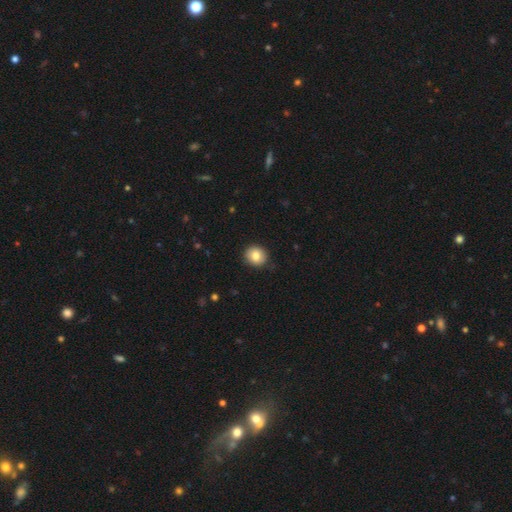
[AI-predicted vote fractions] smooth-or-featured: smooth: 83% | star or artifact: 9% | featured or disk: 9%
  how-rounded: round: 84% | in between: 15% | cigar-shaped: 1%
  merging: none: 88% | minor disturbance: 9% | major disturbance: 2% | merger: 1%